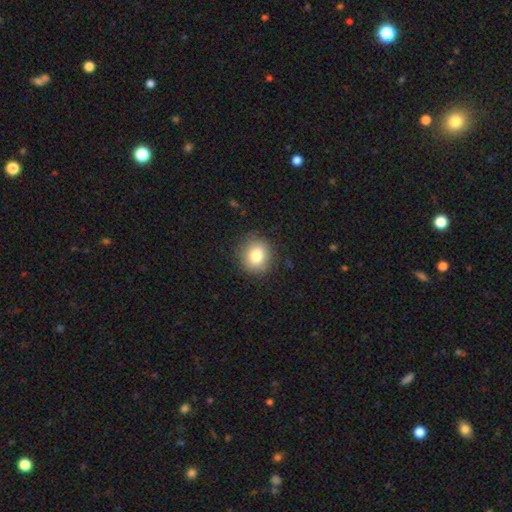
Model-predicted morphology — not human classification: smooth-or-featured: smooth: 80% | star or artifact: 10% | featured or disk: 9%
  how-rounded: round: 82% | in between: 17% | cigar-shaped: 1%
  merging: none: 86% | minor disturbance: 10% | major disturbance: 3% | merger: 1%